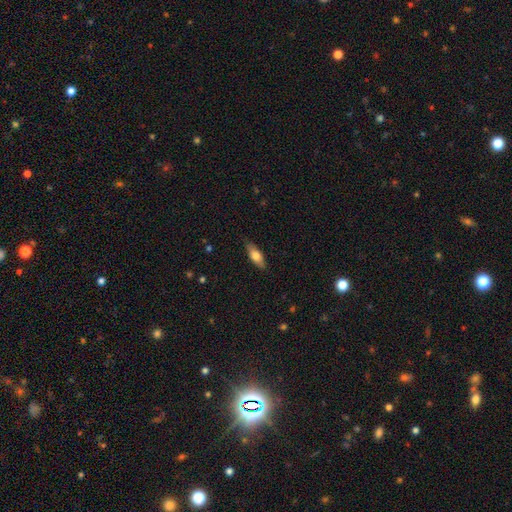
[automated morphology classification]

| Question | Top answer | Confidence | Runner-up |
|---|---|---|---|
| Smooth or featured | smooth | 70% | featured or disk (24%) |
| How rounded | in between | 67% | cigar-shaped (30%) |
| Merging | none | 83% | minor disturbance (13%) |